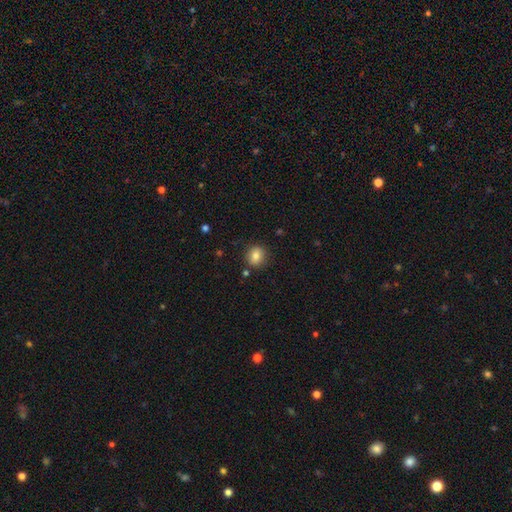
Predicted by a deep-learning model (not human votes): Smooth or featured? smooth (81%)
How rounded? round (76%)
Merging? none (85%)